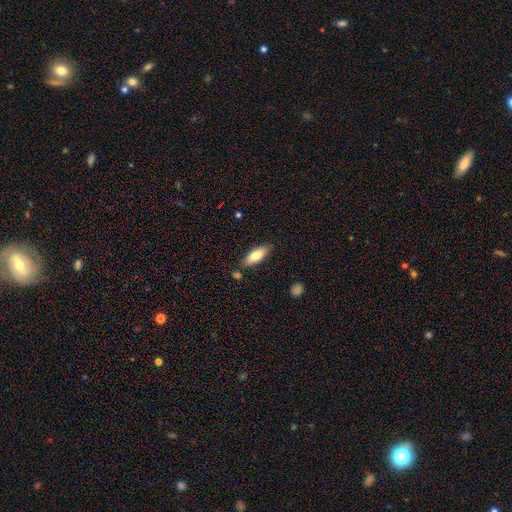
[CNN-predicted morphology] A smooth galaxy with no disk features (76%) that is in between round and cigar-shaped (70%).

Vote fractions:
- Smooth or featured? smooth: 76% / featured or disk: 18% / star or artifact: 6%
- How rounded? in between: 70% / cigar-shaped: 28% / round: 2%
- Merging? none: 82% / minor disturbance: 12% / merger: 4% / major disturbance: 2%